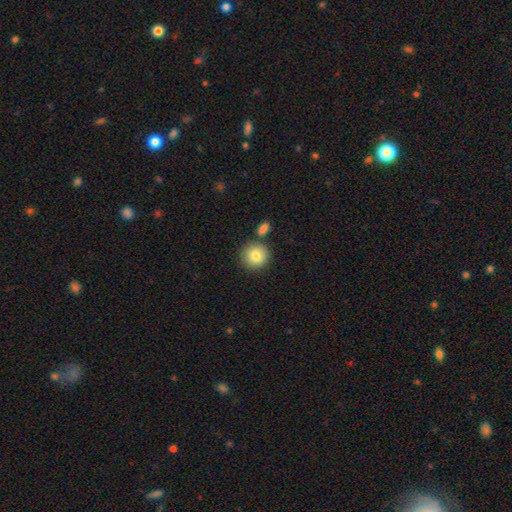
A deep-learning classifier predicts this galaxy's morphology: The model was most divided on "merging": none: 75%, merger: 13%, minor disturbance: 9%, major disturbance: 3%. More confident: how rounded — round (92%); smooth or featured — smooth (82%).